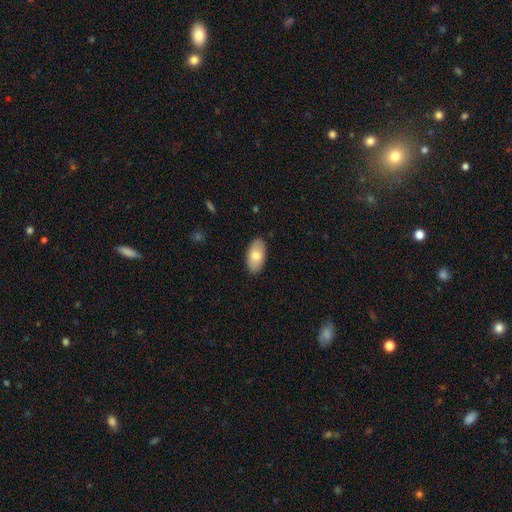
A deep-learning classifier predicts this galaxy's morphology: smooth 75%, featured or disk 19%, star or artifact 6%. Down the decision tree: how rounded — in between (95%); merging — none (87%).